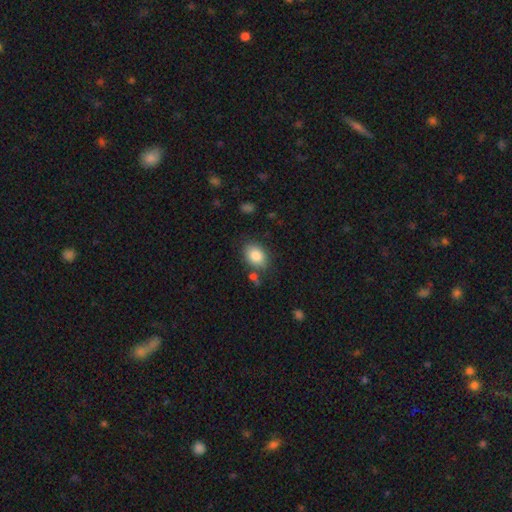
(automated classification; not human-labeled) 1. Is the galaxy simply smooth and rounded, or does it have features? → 85% smooth, 8% star or artifact, 7% featured or disk.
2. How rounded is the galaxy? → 78% in between, 21% round, 1% cigar-shaped.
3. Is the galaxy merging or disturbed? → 77% none, 14% minor disturbance, 5% merger, 4% major disturbance.